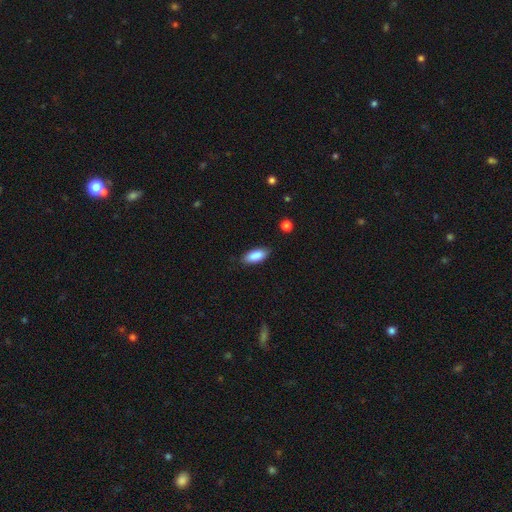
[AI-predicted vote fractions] A smooth galaxy with no disk features (88%) that is in between round and cigar-shaped (85%).

Vote fractions:
- Smooth or featured? smooth: 88% / star or artifact: 7% / featured or disk: 6%
- How rounded? in between: 85% / cigar-shaped: 13% / round: 2%
- Merging? none: 82% / minor disturbance: 14% / major disturbance: 3% / merger: 1%